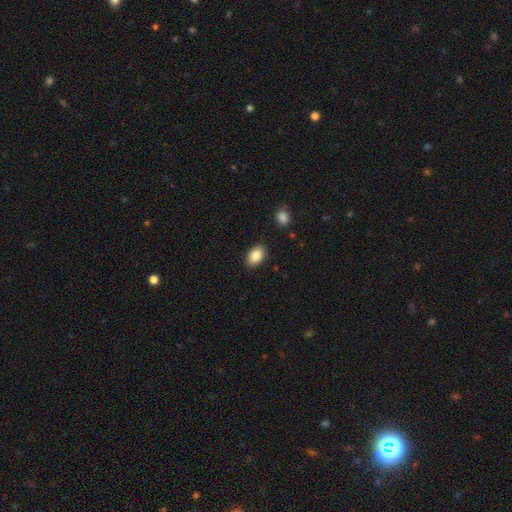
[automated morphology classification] Q: Smooth or featured?
A: smooth (86%); runner-up: star or artifact (7%)
Q: How rounded?
A: in between (89%); runner-up: round (10%)
Q: Merging?
A: none (87%); runner-up: minor disturbance (9%)